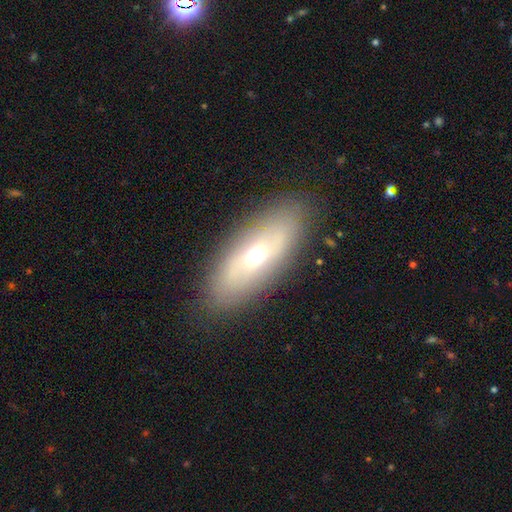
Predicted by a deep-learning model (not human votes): Smooth or featured?
  - smooth: 47% *
  - featured or disk: 43%
  - star or artifact: 9%
Merging?
  - none: 84% *
  - minor disturbance: 11%
  - major disturbance: 4%
  - merger: 1%